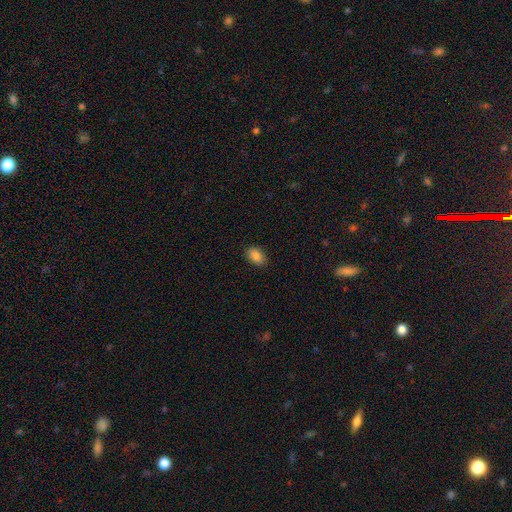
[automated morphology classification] type=smooth (87%); roundness=in between (88%); merging=none (87%).